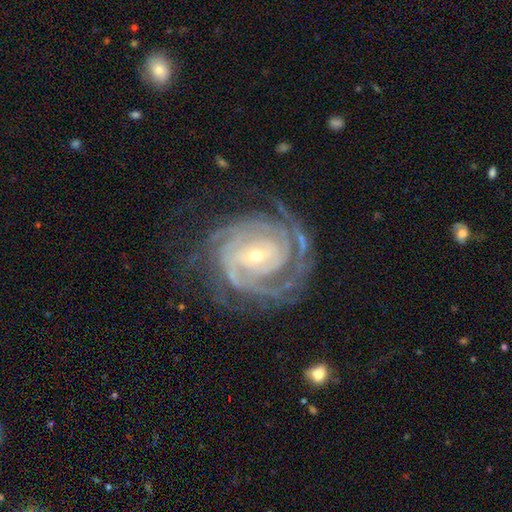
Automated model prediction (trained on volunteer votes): smooth-or-featured: featured or disk: 91% | star or artifact: 5% | smooth: 4%
  disk-edge-on: no: 97% | yes: 3%
    bar: no: 45% | weak: 35% | strong: 19%
    has-spiral-arms: yes: 98% | no: 2%
      spiral-winding: tight: 76% | medium: 21% | loose: 3%
      spiral-arm-count: 3: 24% | can't tell: 21% | 2: 21% | 4: 19% | more than 4: 8% | 1: 7%
    bulge-size: small: 69% | moderate: 28% | large: 2% | none: 1% | dominant: 1%
  merging: none: 69% | minor disturbance: 18% | major disturbance: 11% | merger: 2%